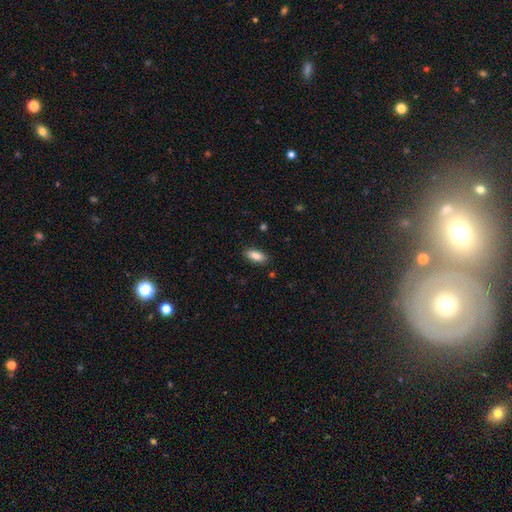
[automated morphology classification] Smooth or featured: smooth — 87% (star or artifact — 7%)
How rounded: in between — 85% (cigar-shaped — 13%)
Merging: none — 88% (minor disturbance — 9%)